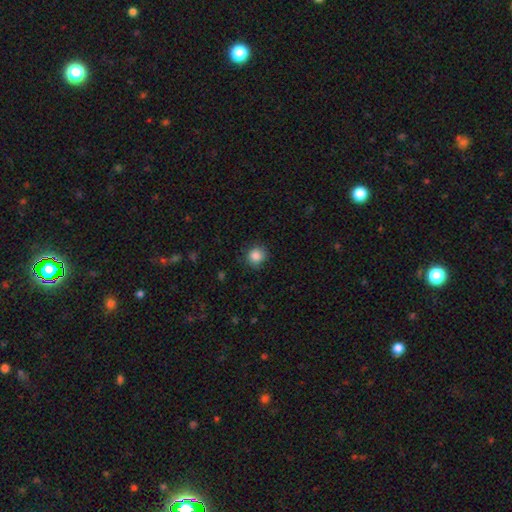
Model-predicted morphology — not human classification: Smooth or featured?
  - smooth: 87% *
  - star or artifact: 10%
  - featured or disk: 4%
How rounded?
  - round: 91% *
  - in between: 8%
  - cigar-shaped: 1%
Merging?
  - none: 87% *
  - minor disturbance: 9%
  - major disturbance: 3%
  - merger: 1%